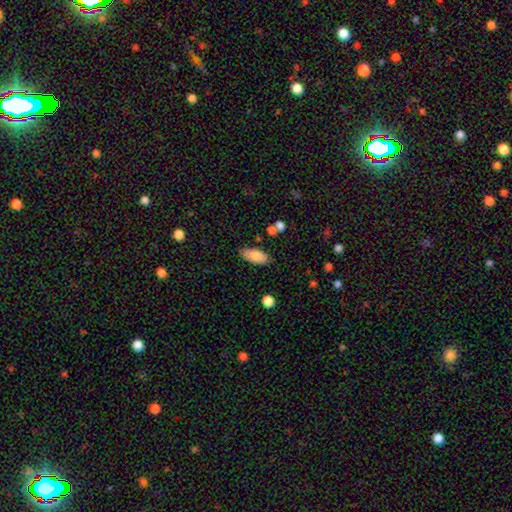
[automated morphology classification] type=smooth (83%); roundness=in between (87%); merging=none (82%).